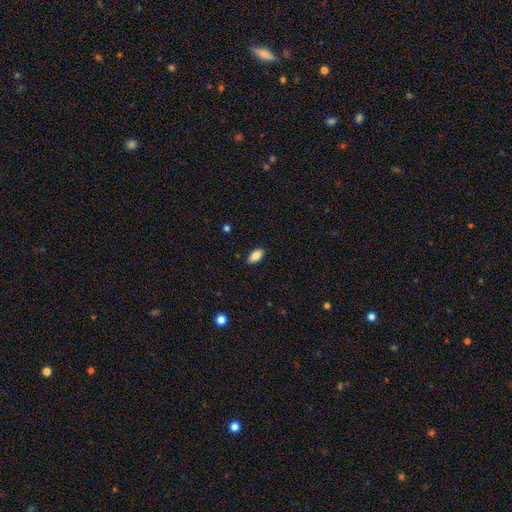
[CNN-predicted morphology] The model was most divided on "merging": none: 87%, minor disturbance: 10%, major disturbance: 2%, merger: 1%. More confident: how rounded — in between (93%); smooth or featured — smooth (85%).